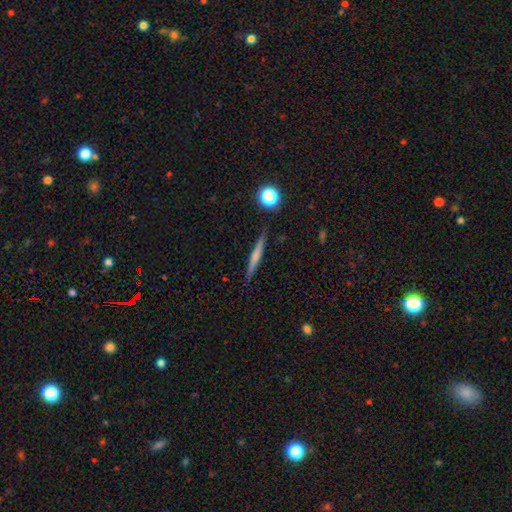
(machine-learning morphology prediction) Q: Smooth or featured?
A: smooth (48%); runner-up: featured or disk (44%)
Q: Merging?
A: none (89%); runner-up: minor disturbance (7%)